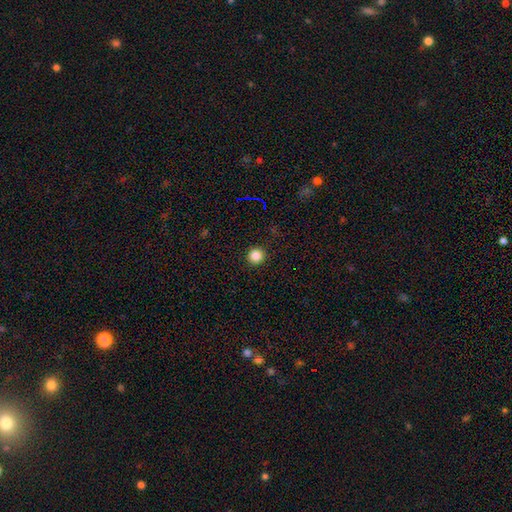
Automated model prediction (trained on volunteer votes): smooth-or-featured: smooth: 85% | star or artifact: 11% | featured or disk: 3%
  how-rounded: round: 95% | in between: 4% | cigar-shaped: 1%
  merging: none: 93% | minor disturbance: 5% | major disturbance: 2% | merger: 1%